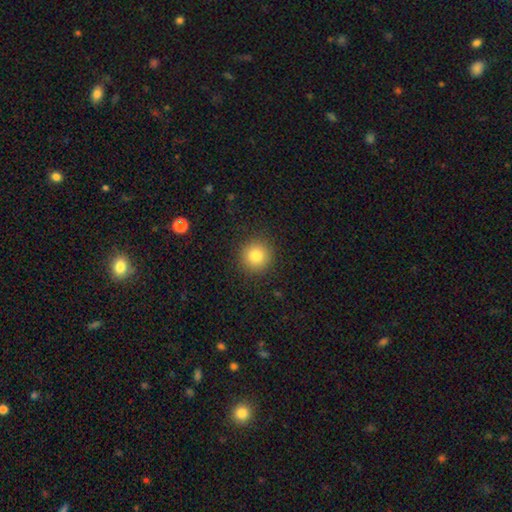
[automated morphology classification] This appears to be a smooth galaxy with no disk features (82%) that is round (94%). Merging: none (90%).